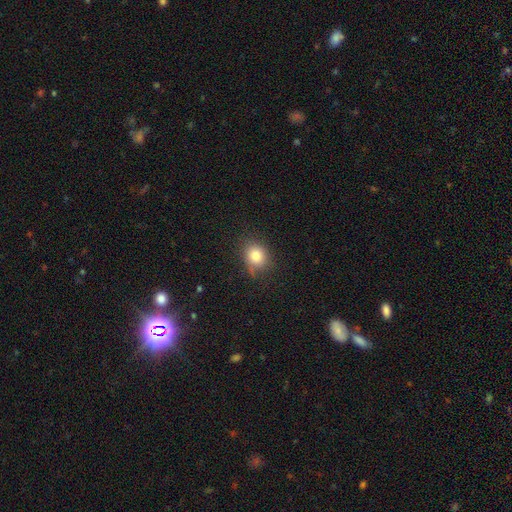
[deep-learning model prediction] Overall: smooth (81%). How rounded: round (62%; in between 37%). Merging: none (72%).